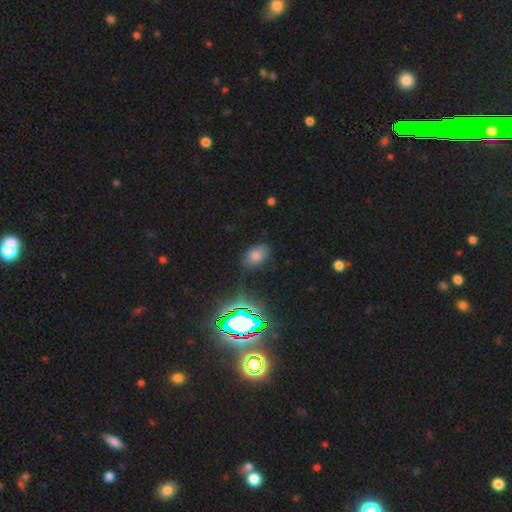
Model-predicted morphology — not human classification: smooth 58%, star or artifact 31%, featured or disk 12%. Down the decision tree: how rounded — in between (83%); merging — none (79%).